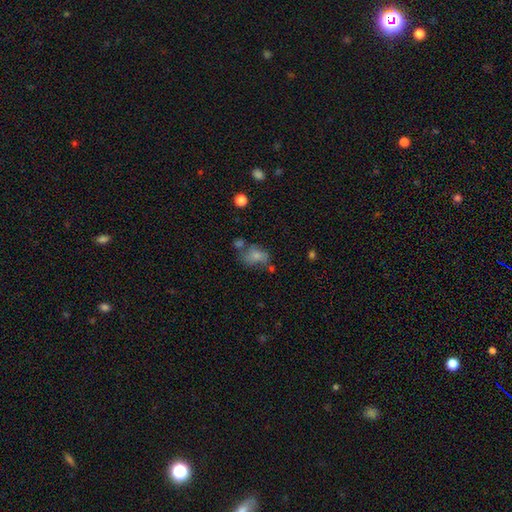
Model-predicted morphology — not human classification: Smooth or featured?
  - smooth: 70% *
  - featured or disk: 19%
  - star or artifact: 12%
How rounded?
  - in between: 75% *
  - round: 23%
  - cigar-shaped: 2%
Merging?
  - none: 39% *
  - minor disturbance: 23%
  - merger: 22%
  - major disturbance: 16%